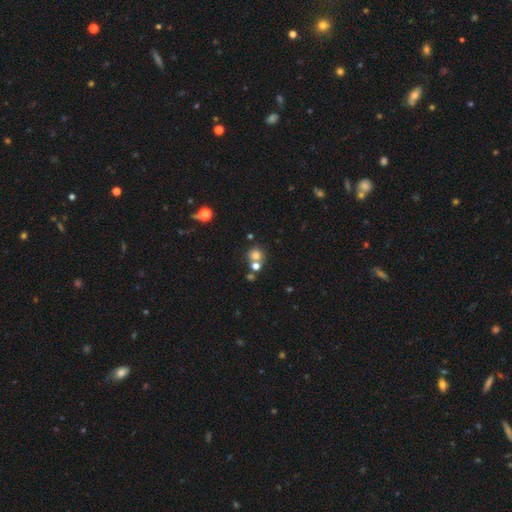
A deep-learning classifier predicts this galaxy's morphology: Smooth or featured? smooth (73%)
How rounded? round (84%)
Merging? none (55%)